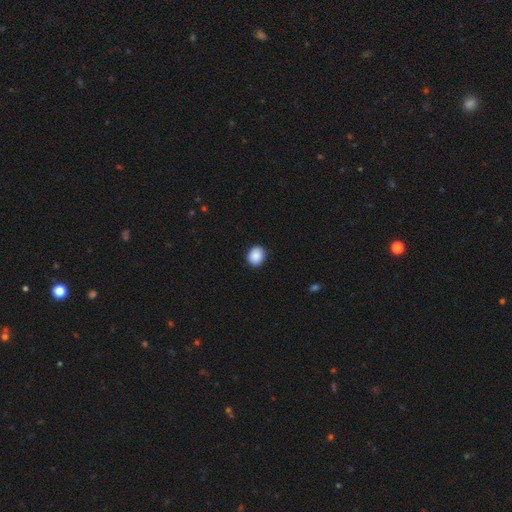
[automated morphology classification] The model was most divided on "how rounded": round: 55%, in between: 44%, cigar-shaped: 1%. More confident: merging — none (90%); smooth or featured — smooth (89%).